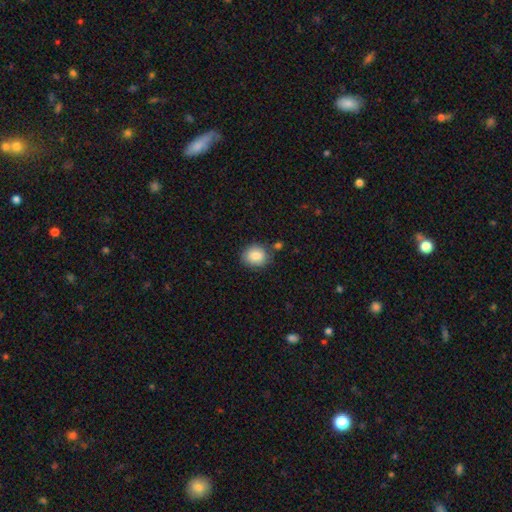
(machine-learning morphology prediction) smooth 86%, star or artifact 8%, featured or disk 6%. Down the decision tree: how rounded — round (70%); merging — none (77%).